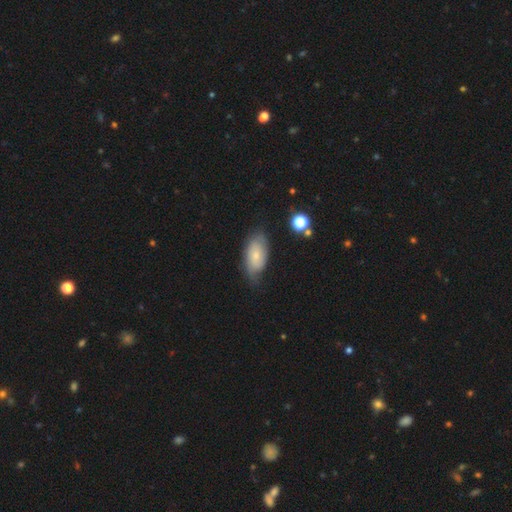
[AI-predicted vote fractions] smooth 56%, featured or disk 37%, star or artifact 7%. Down the decision tree: how rounded — in between (92%); merging — none (62%).